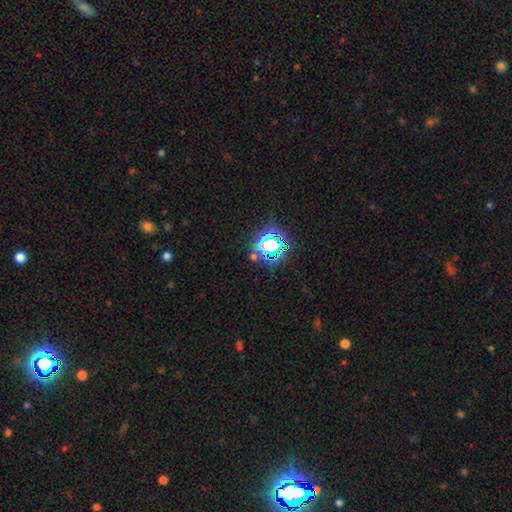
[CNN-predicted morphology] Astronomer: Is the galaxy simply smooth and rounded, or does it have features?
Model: star or artifact — 75%.